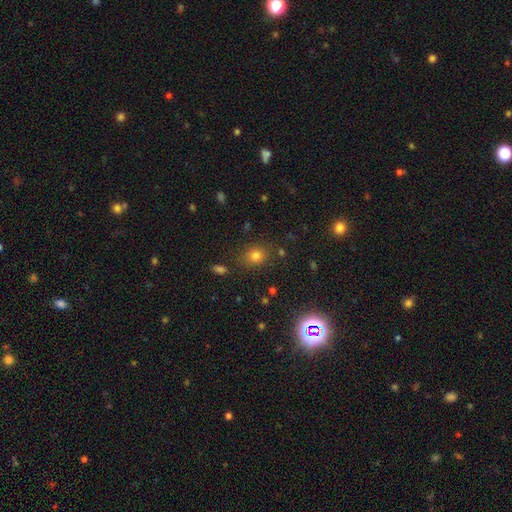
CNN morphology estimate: Smooth or featured? smooth (75%)
How rounded? round (65%)
Merging? none (81%)